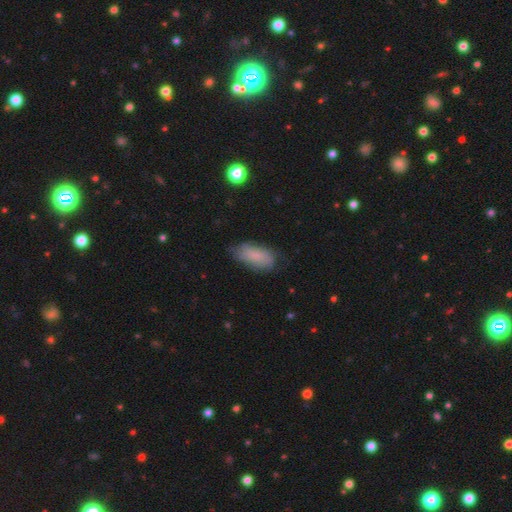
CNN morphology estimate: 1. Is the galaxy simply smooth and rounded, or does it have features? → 79% smooth, 14% featured or disk, 7% star or artifact.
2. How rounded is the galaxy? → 86% in between, 11% cigar-shaped, 3% round.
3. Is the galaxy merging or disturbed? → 67% none, 25% minor disturbance, 6% major disturbance, 1% merger.